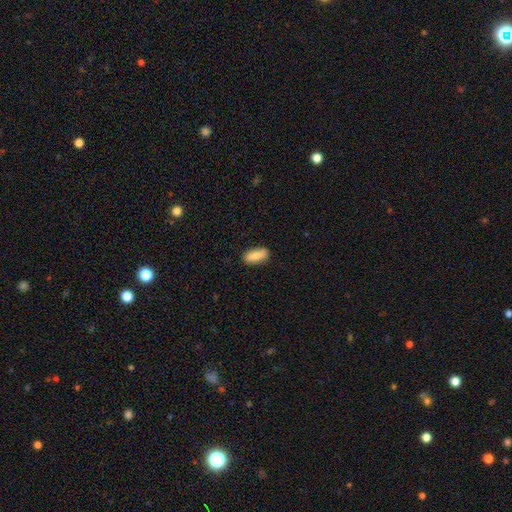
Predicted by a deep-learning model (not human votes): Q: Smooth or featured?
A: smooth (79%); runner-up: featured or disk (15%)
Q: How rounded?
A: in between (80%); runner-up: cigar-shaped (17%)
Q: Merging?
A: none (86%); runner-up: minor disturbance (11%)